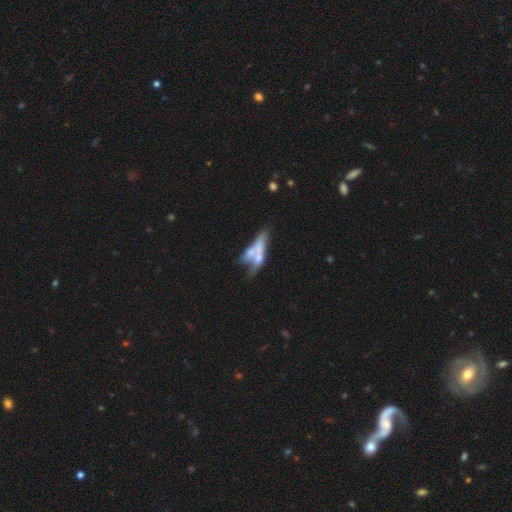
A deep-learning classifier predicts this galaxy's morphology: A smooth galaxy with no disk features (46%).

Vote fractions:
- Smooth or featured? smooth: 46% / featured or disk: 45% / star or artifact: 9%
- Merging? merger: 56% / none: 20% / major disturbance: 13% / minor disturbance: 11%